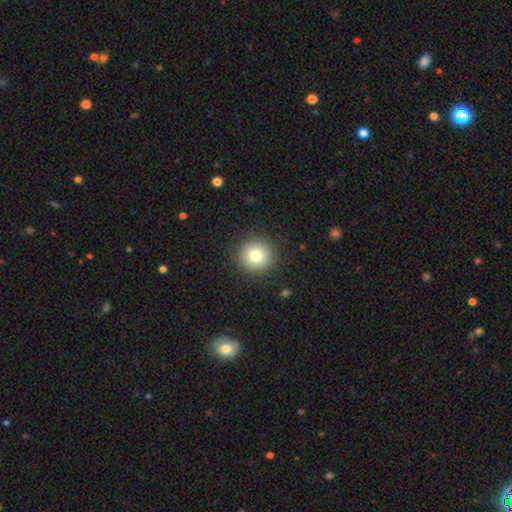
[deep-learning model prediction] smooth_or_featured: smooth (p=0.79) [alt: star or artifact p=0.11]
how_rounded: round (p=0.95) [alt: in between p=0.04]
merging: none (p=0.91) [alt: minor disturbance p=0.06]